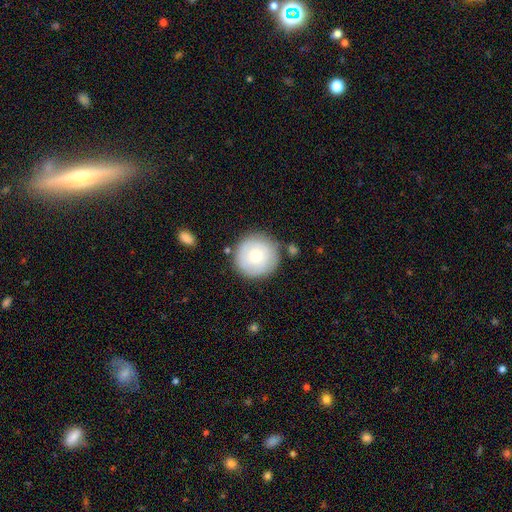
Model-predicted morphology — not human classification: The model was most divided on "smooth or featured": smooth: 69%, featured or disk: 24%, star or artifact: 7%. More confident: how rounded — round (96%); merging — none (79%).